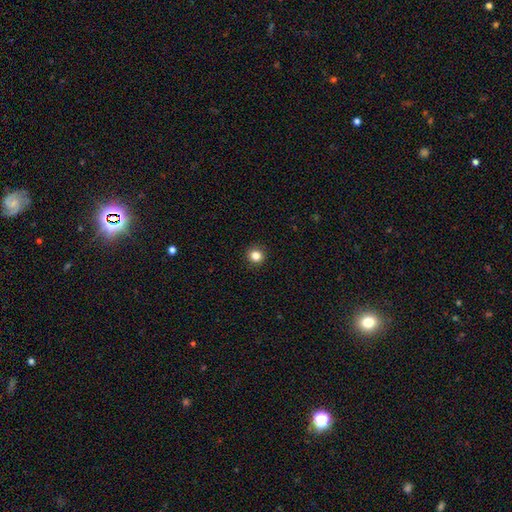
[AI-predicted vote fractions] smooth-or-featured: smooth: 83% | star or artifact: 12% | featured or disk: 5%
  how-rounded: round: 93% | in between: 6% | cigar-shaped: 1%
  merging: none: 93% | minor disturbance: 5% | major disturbance: 2% | merger: 1%